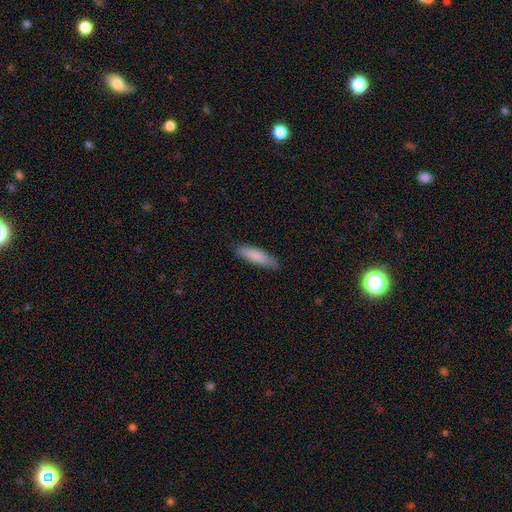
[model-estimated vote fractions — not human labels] Smooth or featured: smooth — 83% (featured or disk — 11%)
How rounded: cigar-shaped — 74% (in between — 25%)
Merging: none — 85% (minor disturbance — 12%)